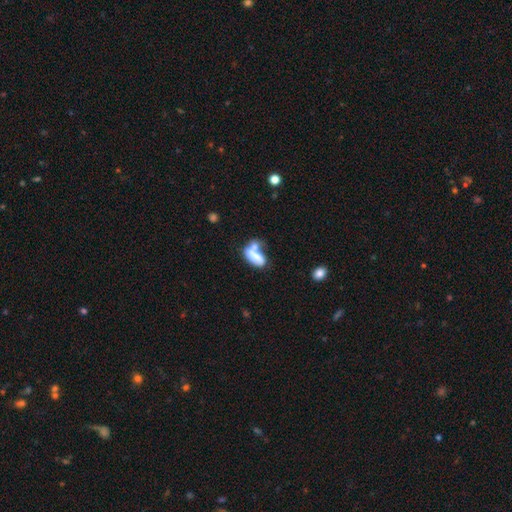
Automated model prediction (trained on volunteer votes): Smooth or featured: smooth — 64% (featured or disk — 28%)
How rounded: in between — 78% (cigar-shaped — 18%)
Merging: merger — 53% (none — 21%)